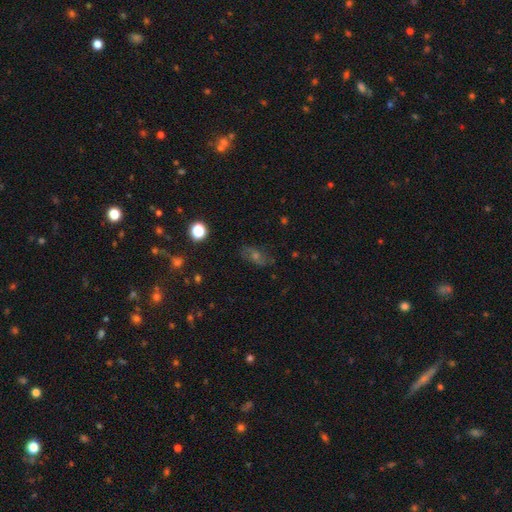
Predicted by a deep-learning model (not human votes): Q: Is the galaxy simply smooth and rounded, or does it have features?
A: featured or disk — 36%.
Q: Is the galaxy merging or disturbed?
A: none — 76%.